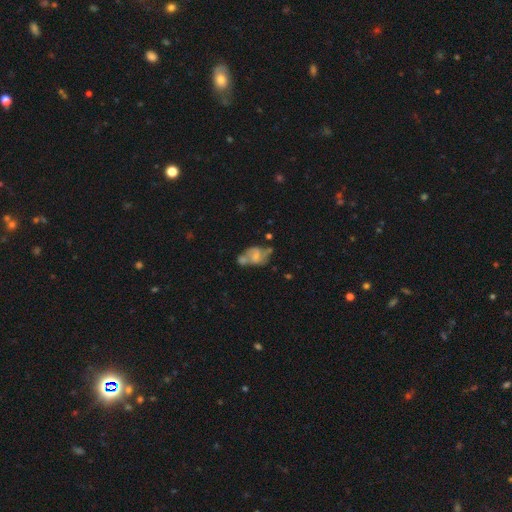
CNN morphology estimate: Smooth or featured? Predicted: featured or disk (p=0.53). Edge-on disk? Predicted: no (p=0.96). Bar? Predicted: no (p=0.59). Spiral arms? Predicted: yes (p=0.54). Bulge size? Predicted: small (p=0.44). Merging? Predicted: merger (p=0.45).